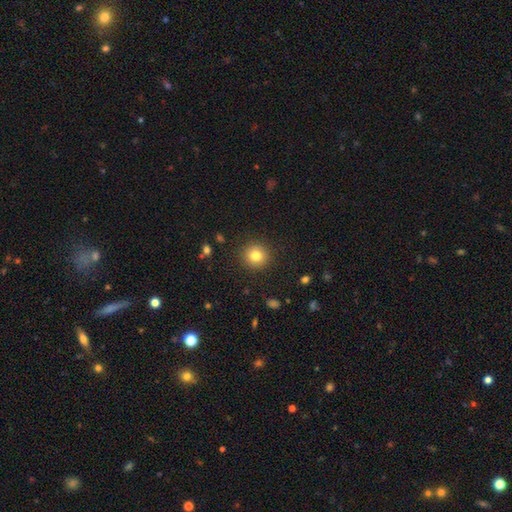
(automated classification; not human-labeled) Morphology: type=smooth (81%); roundness=round (93%); merging=none (91%).